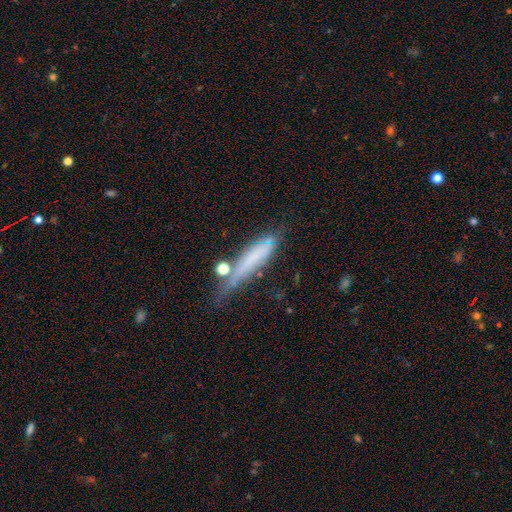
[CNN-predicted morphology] smooth 55%, featured or disk 34%, star or artifact 10%. Down the decision tree: how rounded — cigar-shaped (81%); merging — none (43%).